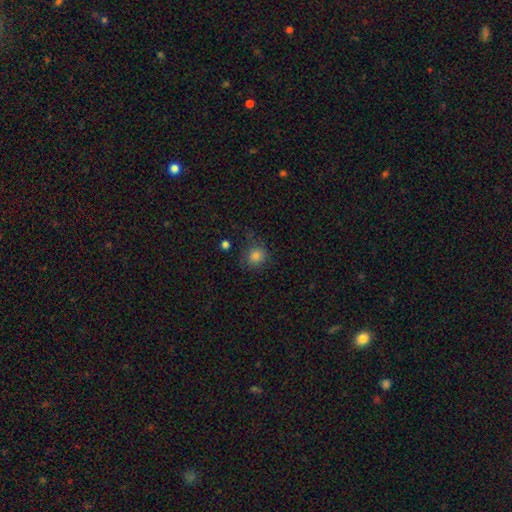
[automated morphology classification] The model was most divided on "merging": none: 75%, minor disturbance: 17%, major disturbance: 6%, merger: 2%. More confident: how rounded — round (85%); smooth or featured — smooth (83%).